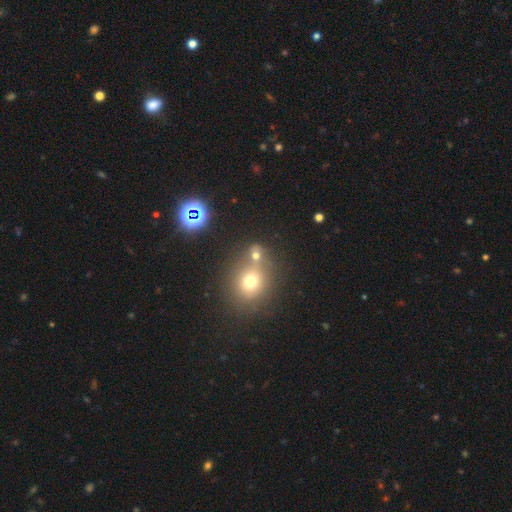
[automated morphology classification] Overall: smooth (65%). How rounded: round (74%). Merging: none (47%; merger 40%).